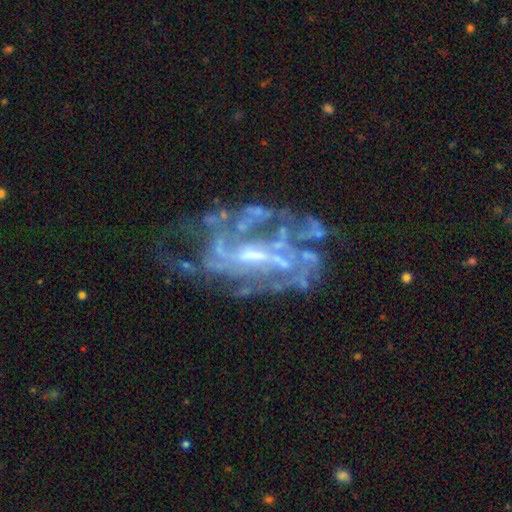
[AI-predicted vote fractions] The model was most divided on "spiral winding": tight: 42%, medium: 40%, loose: 18%. Remaining: edge-on disk — no (96%); smooth or featured — featured or disk (85%); spiral arms — yes (80%); merging — none (50%); spiral arm count — can't tell (46%); bar — weak (45%); bulge size — small (44%).